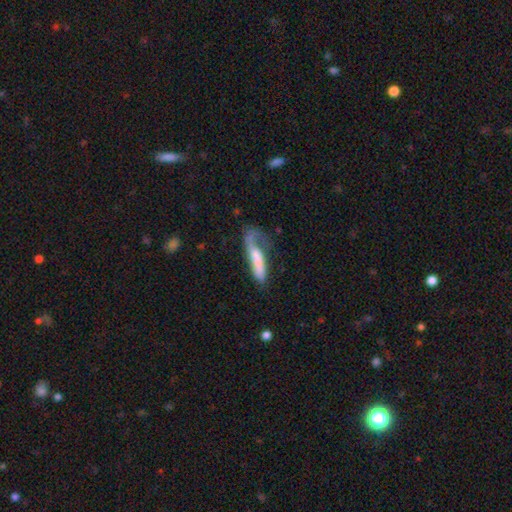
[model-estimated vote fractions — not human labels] A smooth galaxy with no disk features (52%) that is cigar-shaped (76%).

Vote fractions:
- Smooth or featured? smooth: 52% / featured or disk: 40% / star or artifact: 8%
- How rounded? cigar-shaped: 76% / in between: 22% / round: 2%
- Merging? none: 35% / major disturbance: 33% / minor disturbance: 25% / merger: 6%